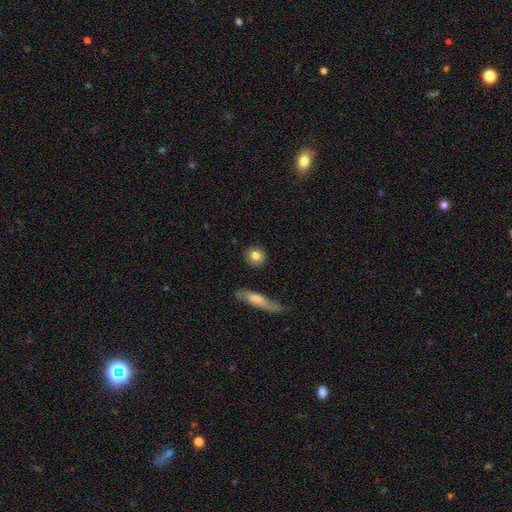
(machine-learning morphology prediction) Smooth or featured? smooth (81%)
How rounded? round (85%)
Merging? none (87%)